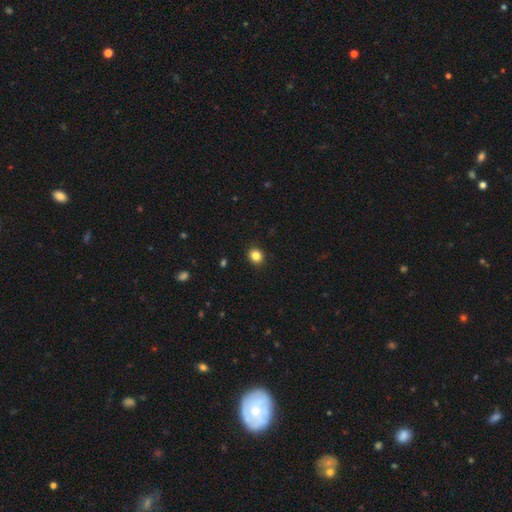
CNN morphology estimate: Smooth or featured?
  - smooth: 84% *
  - star or artifact: 11%
  - featured or disk: 5%
How rounded?
  - round: 75% *
  - in between: 24%
  - cigar-shaped: 1%
Merging?
  - none: 91% *
  - minor disturbance: 6%
  - major disturbance: 2%
  - merger: 1%